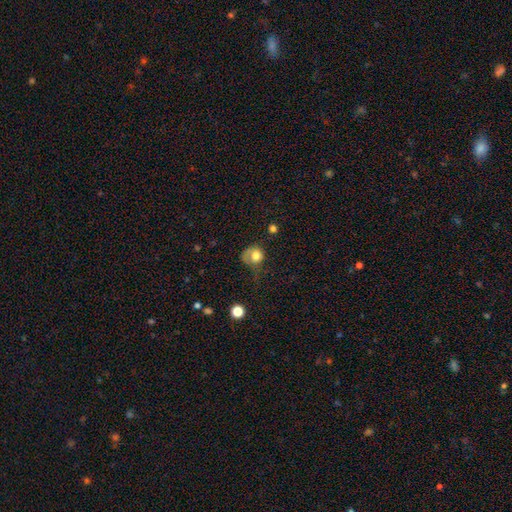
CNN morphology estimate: This appears to be a smooth galaxy with no disk features (72%) that is round (73%). Merging: major disturbance (39%).